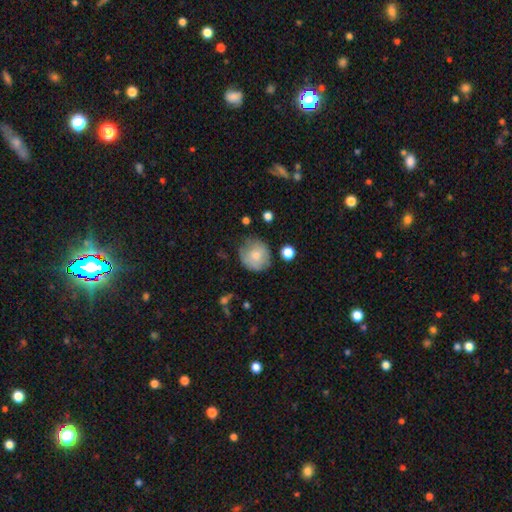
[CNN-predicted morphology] Smooth or featured? Predicted: smooth (p=0.71). How rounded? Predicted: round (p=0.86). Merging? Predicted: none (p=0.66).